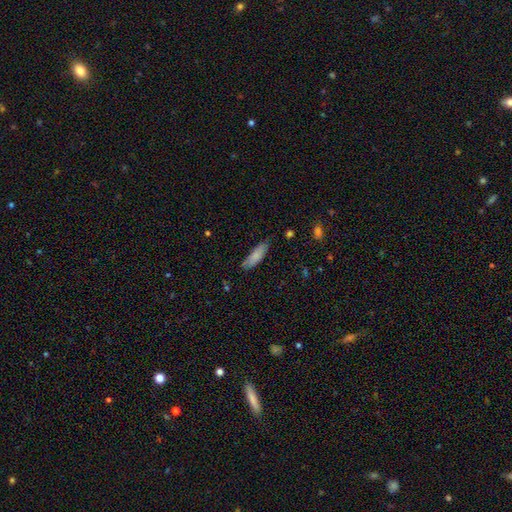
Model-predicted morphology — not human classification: Smooth or featured: smooth — 82% (featured or disk — 11%)
How rounded: in between — 50% (cigar-shaped — 49%)
Merging: none — 74% (minor disturbance — 21%)